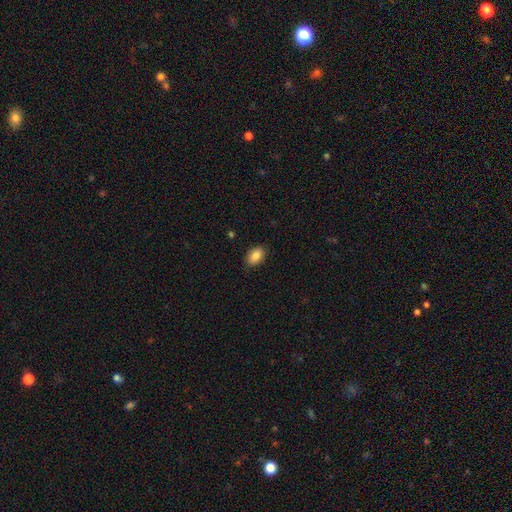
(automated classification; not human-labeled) This appears to be a smooth galaxy with no disk features (87%) that is in between round and cigar-shaped (85%). Merging: none (86%).